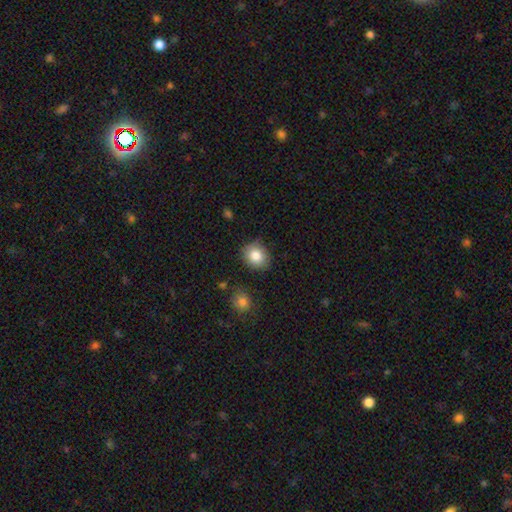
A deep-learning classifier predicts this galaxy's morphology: Q: Smooth or featured?
A: smooth (83%); runner-up: star or artifact (9%)
Q: How rounded?
A: round (69%); runner-up: in between (30%)
Q: Merging?
A: none (80%); runner-up: minor disturbance (15%)